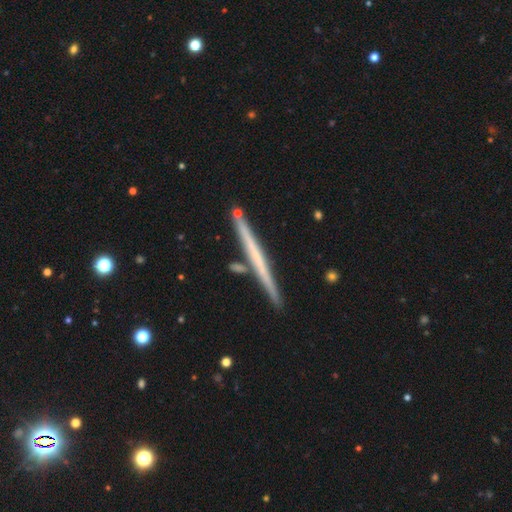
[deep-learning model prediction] Smooth or featured: featured or disk — 56% (smooth — 39%)
Edge-on disk: yes — 98% (no — 2%)
Edge-on bulge: none — 89% (rounded — 7%)
Merging: none — 87% (minor disturbance — 8%)